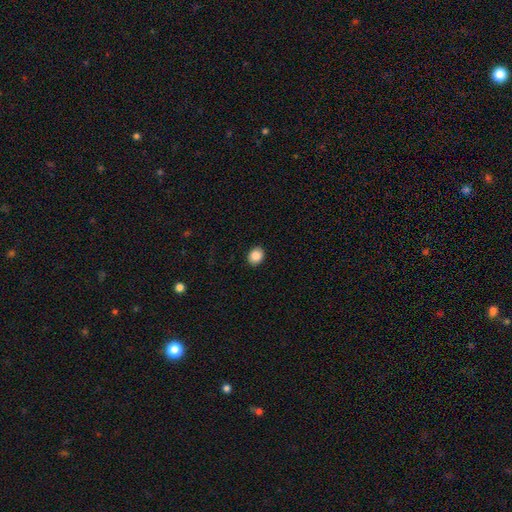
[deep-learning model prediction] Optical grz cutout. It shows a smooth galaxy with no disk features (88%) that is round (57%). Merging: none (90%).